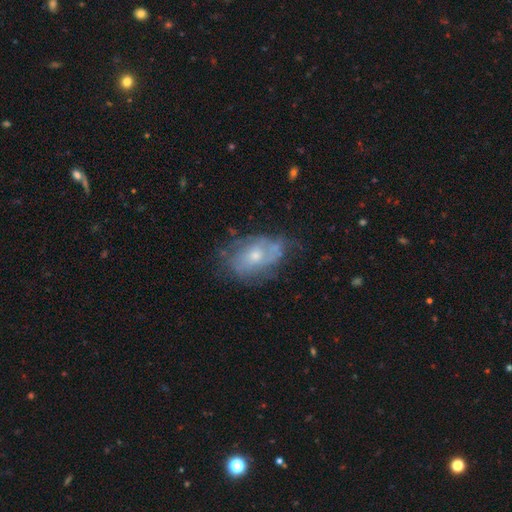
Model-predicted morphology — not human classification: The model was most divided on "bulge size": small: 49%, moderate: 46%, large: 2%, none: 2%, dominant: 1%. More confident: edge-on disk — no (95%); bar — no (80%); smooth or featured — featured or disk (60%); spiral arms — yes (54%); merging — none (52%).